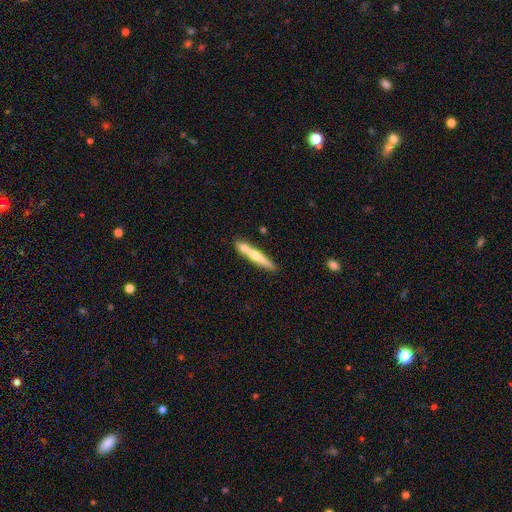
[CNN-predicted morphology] smooth_or_featured: smooth (p=0.50) [alt: featured or disk p=0.45]
how_rounded: cigar-shaped (p=0.94) [alt: in between p=0.04]
merging: none (p=0.71) [alt: merger p=0.13]